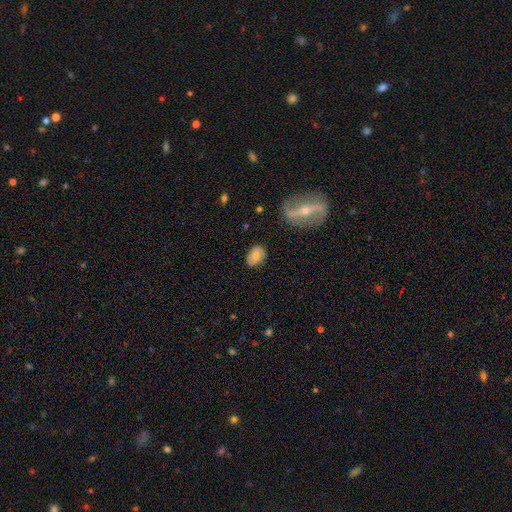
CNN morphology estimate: Smooth or featured? smooth (63%)
How rounded? in between (75%)
Merging? none (77%)